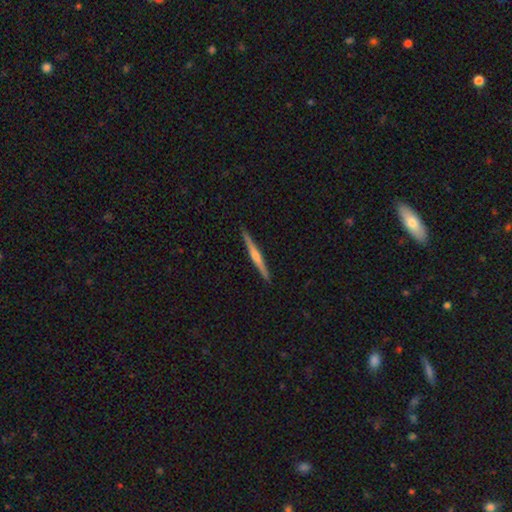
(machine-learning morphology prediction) featured or disk 70%, smooth 25%, star or artifact 5%. Down the decision tree: edge-on disk — yes (98%); edge-on bulge — rounded (79%); merging — none (92%).